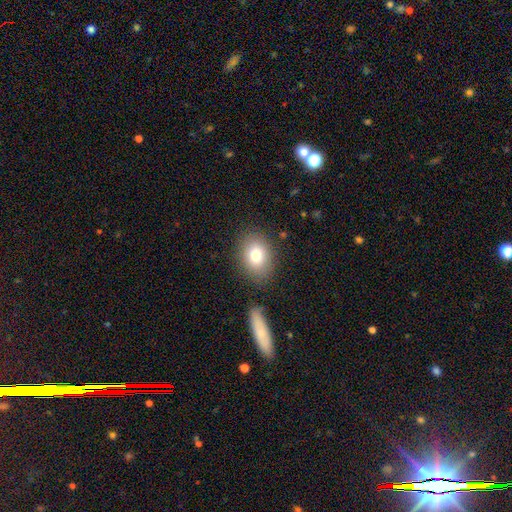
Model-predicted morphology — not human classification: The model was most divided on "how rounded": in between: 73%, round: 26%, cigar-shaped: 1%. More confident: merging — none (82%); smooth or featured — smooth (80%).